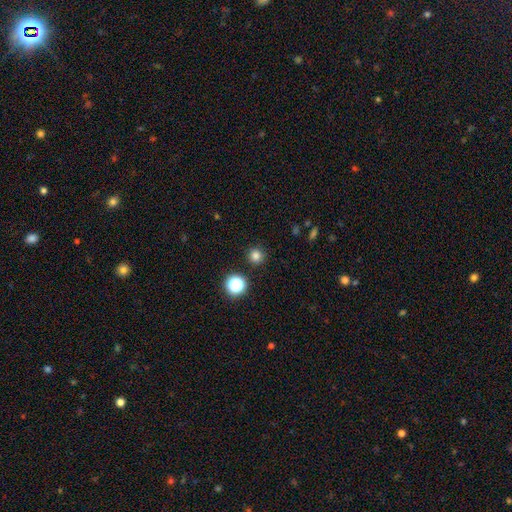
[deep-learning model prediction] smooth_or_featured: smooth (p=0.80) [alt: star or artifact p=0.16]
how_rounded: round (p=0.95) [alt: in between p=0.04]
merging: none (p=0.90) [alt: minor disturbance p=0.06]